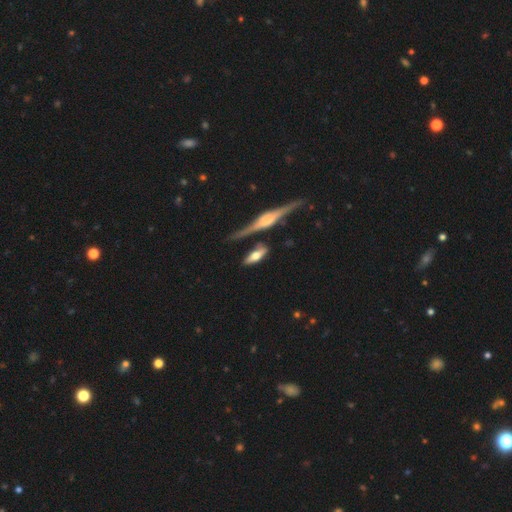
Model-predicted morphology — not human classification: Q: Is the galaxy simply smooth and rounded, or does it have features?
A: featured or disk — 51%.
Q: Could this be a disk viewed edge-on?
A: yes — 90%.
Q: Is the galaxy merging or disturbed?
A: none — 70%.